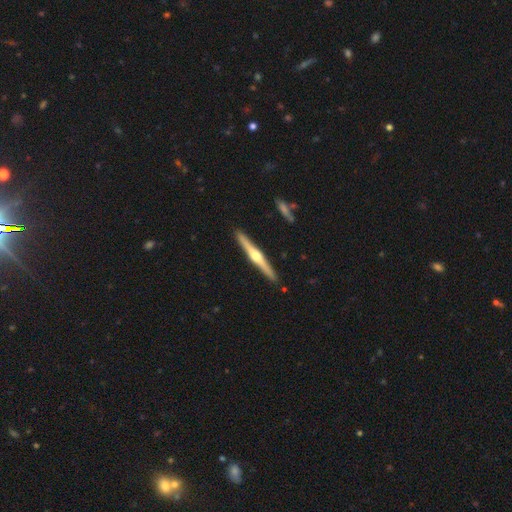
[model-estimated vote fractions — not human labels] A featured or disk galaxy (77%) viewed edge-on (98%) with a rounded central bulge (94%).

Vote fractions:
- Smooth or featured? featured or disk: 77% / smooth: 18% / star or artifact: 5%
- Edge-on disk? yes: 98% / no: 2%
- Edge-on bulge? rounded: 94% / none: 3% / boxy: 3%
- Merging? none: 92% / minor disturbance: 6% / merger: 1% / major disturbance: 1%